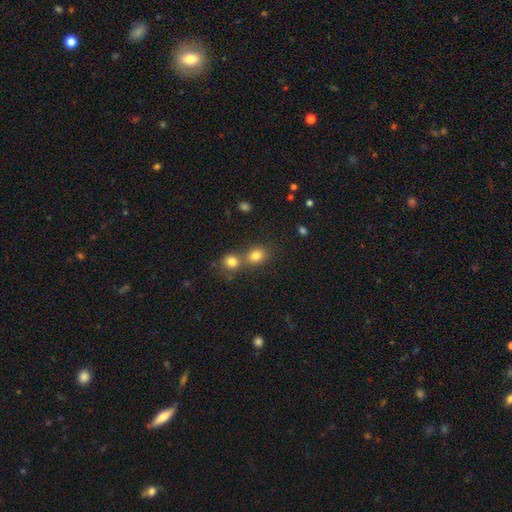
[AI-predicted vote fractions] This is clearly a smooth galaxy (80%). How rounded: likely round (61%). Merging: possibly none (45%).